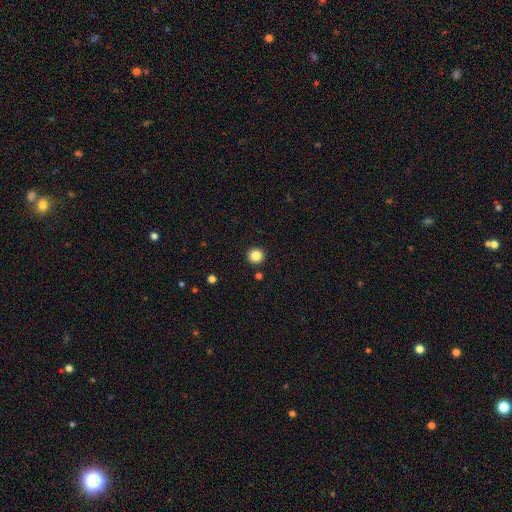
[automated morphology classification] type=smooth (85%); roundness=round (96%); merging=none (93%).